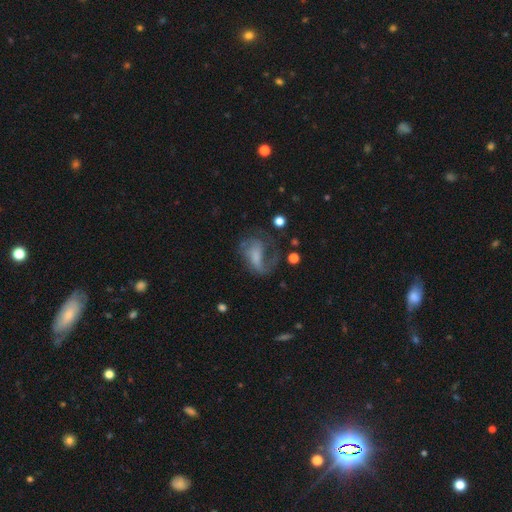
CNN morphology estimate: type=featured or disk (62%); edge-on=no (96%); bar=no (46%); spiral arms=yes (80%); bulge=none (45%); merging=major disturbance (40%).